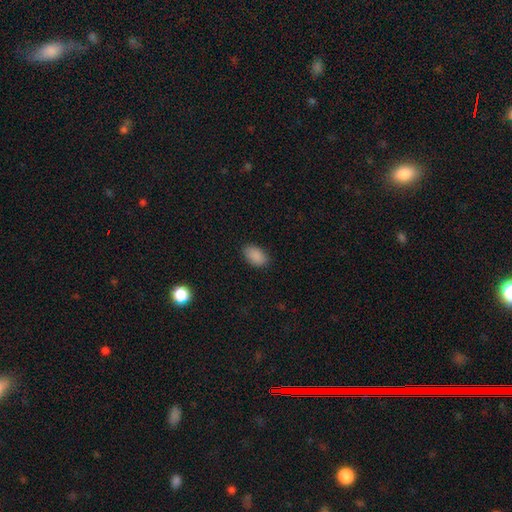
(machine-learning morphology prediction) A smooth galaxy with no disk features (89%) that is in between round and cigar-shaped (91%).

Vote fractions:
- Smooth or featured? smooth: 89% / star or artifact: 8% / featured or disk: 3%
- How rounded? in between: 91% / round: 7% / cigar-shaped: 1%
- Merging? none: 83% / minor disturbance: 13% / major disturbance: 3% / merger: 1%